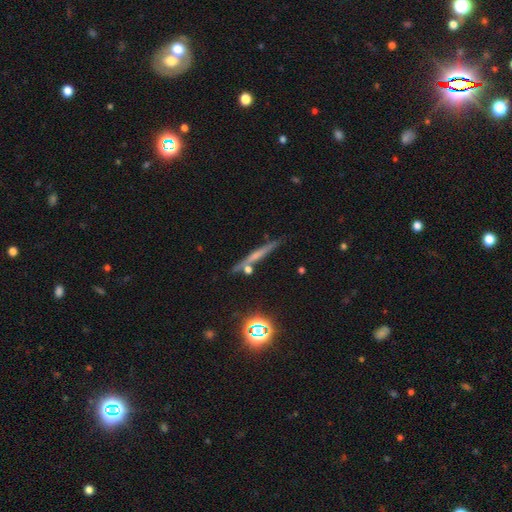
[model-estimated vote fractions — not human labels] This is possibly a featured or disk galaxy (45%). Merging: likely none (79%).